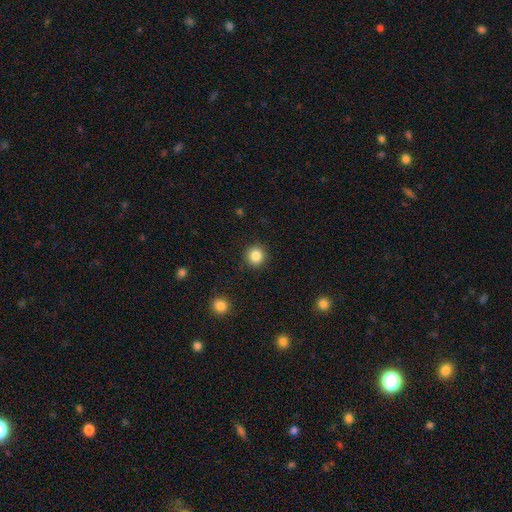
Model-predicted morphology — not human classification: Overall: smooth (85%). How rounded: round (92%). Merging: none (91%).